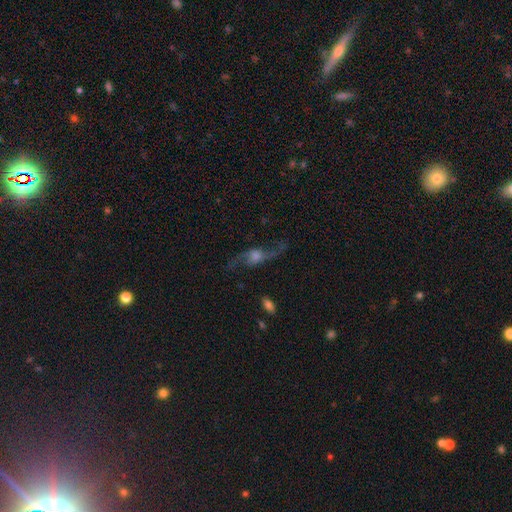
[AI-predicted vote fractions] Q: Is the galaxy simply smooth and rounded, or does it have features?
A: featured or disk — 79%.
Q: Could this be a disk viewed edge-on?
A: no — 79%.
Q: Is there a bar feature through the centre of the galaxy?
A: no — 59%.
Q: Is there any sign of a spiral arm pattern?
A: yes — 92%.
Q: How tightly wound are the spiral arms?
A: loose — 86%.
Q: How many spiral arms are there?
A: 2 — 92%.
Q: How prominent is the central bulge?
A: moderate — 40%.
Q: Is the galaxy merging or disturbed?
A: none — 68%.